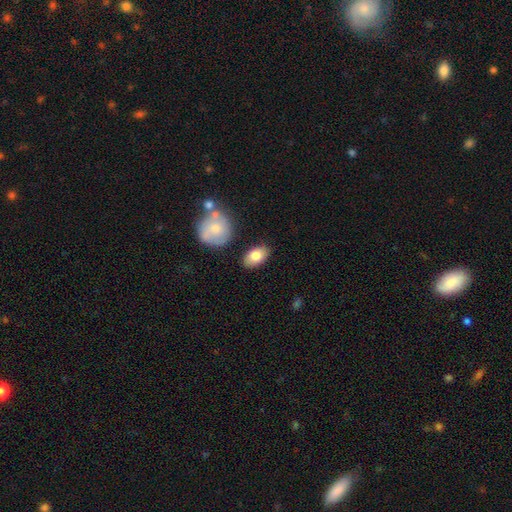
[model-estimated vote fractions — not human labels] This appears to be a smooth galaxy with no disk features (80%) that is in between round and cigar-shaped (90%). Merging: none (84%).